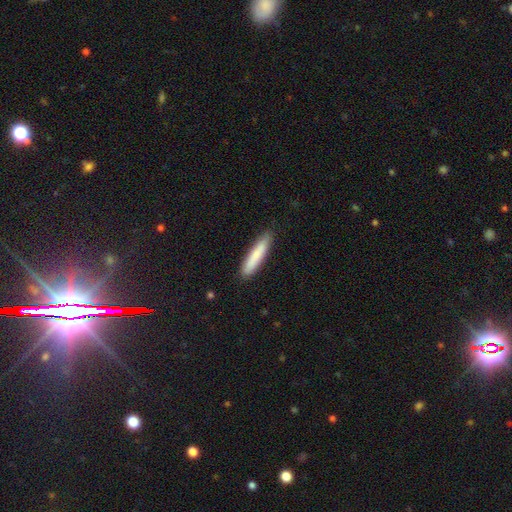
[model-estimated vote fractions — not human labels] Smooth or featured? smooth (80%)
How rounded? cigar-shaped (90%)
Merging? none (88%)